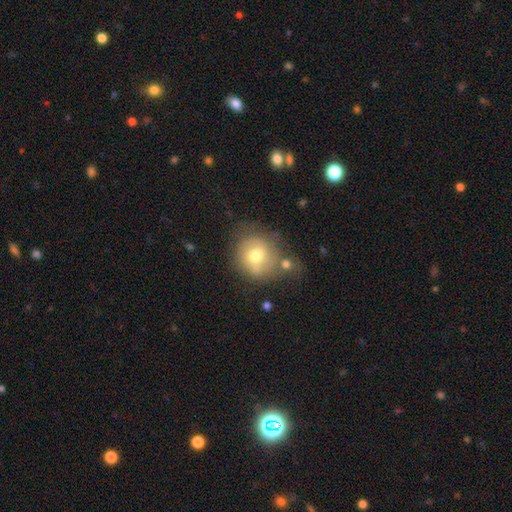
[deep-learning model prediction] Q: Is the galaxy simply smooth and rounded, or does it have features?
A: smooth — 65%.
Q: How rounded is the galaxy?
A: round — 86%.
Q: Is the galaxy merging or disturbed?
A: none — 57%.